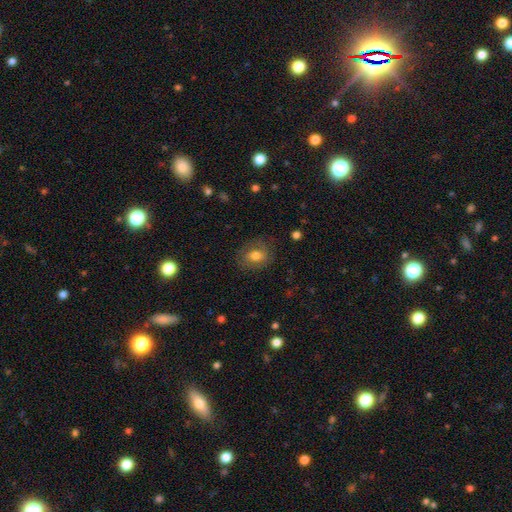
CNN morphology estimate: The model was most divided on "how rounded": round: 53%, in between: 46%, cigar-shaped: 1%. More confident: merging — none (78%); smooth or featured — smooth (67%).